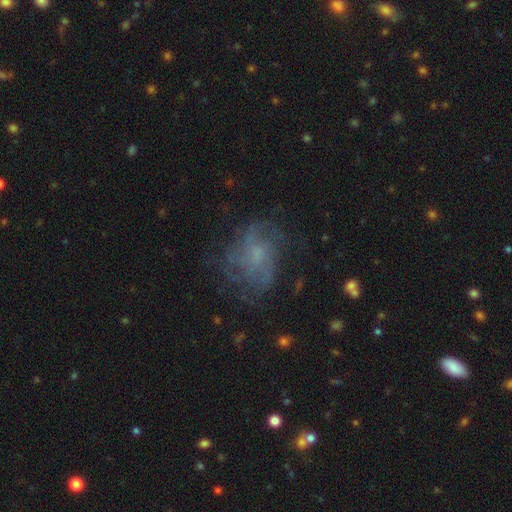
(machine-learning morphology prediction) featured or disk 62%, smooth 24%, star or artifact 14%. Down the decision tree: edge-on disk — no (97%); bar — no (70%); spiral arms — yes (77%); bulge size — small (38%); merging — none (61%).